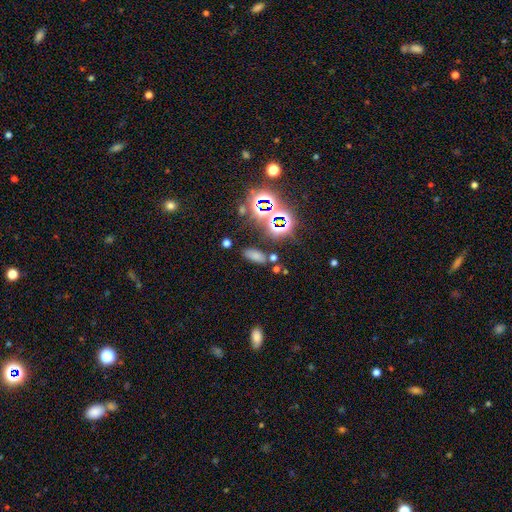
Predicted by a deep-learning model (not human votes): The model was most divided on "smooth or featured": smooth: 59%, star or artifact: 32%, featured or disk: 9%. More confident: how rounded — in between (83%); merging — none (78%).